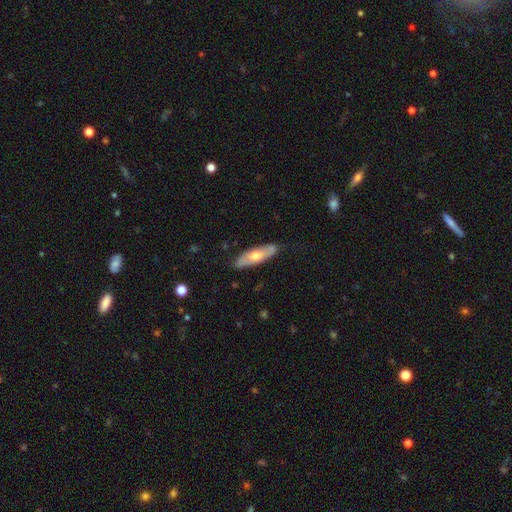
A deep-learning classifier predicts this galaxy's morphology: smooth 52%, featured or disk 43%, star or artifact 5%. Down the decision tree: how rounded — in between (56%); merging — none (84%).